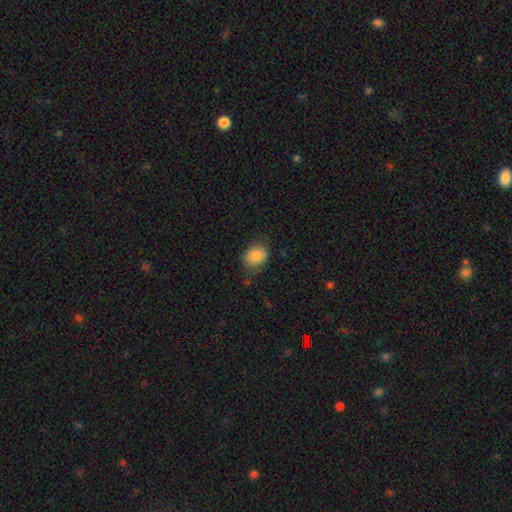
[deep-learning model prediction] Smooth or featured?
  - smooth: 82% *
  - featured or disk: 10%
  - star or artifact: 8%
How rounded?
  - in between: 55% *
  - round: 44%
  - cigar-shaped: 1%
Merging?
  - none: 72% *
  - minor disturbance: 21%
  - major disturbance: 5%
  - merger: 2%